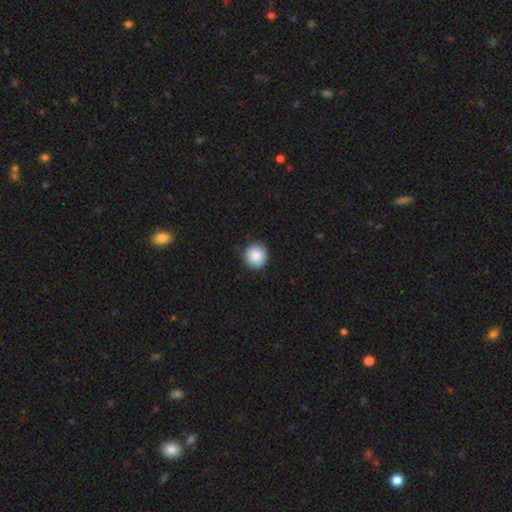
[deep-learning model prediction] smooth-or-featured: smooth: 87% | star or artifact: 8% | featured or disk: 5%
  how-rounded: round: 94% | in between: 5% | cigar-shaped: 1%
  merging: none: 88% | minor disturbance: 9% | major disturbance: 2% | merger: 1%